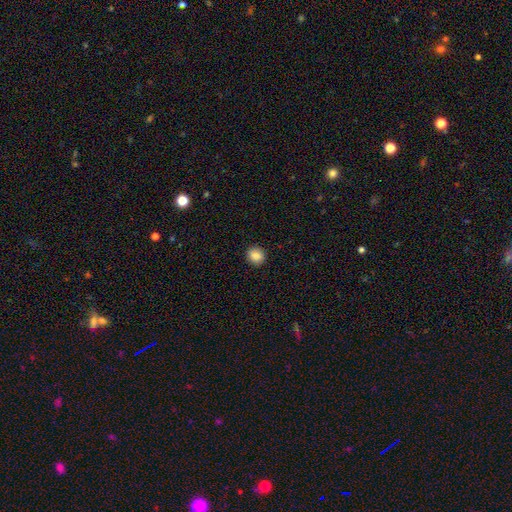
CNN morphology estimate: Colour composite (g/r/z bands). It shows a smooth galaxy with no disk features (87%) that is round (85%). Merging: none (92%).